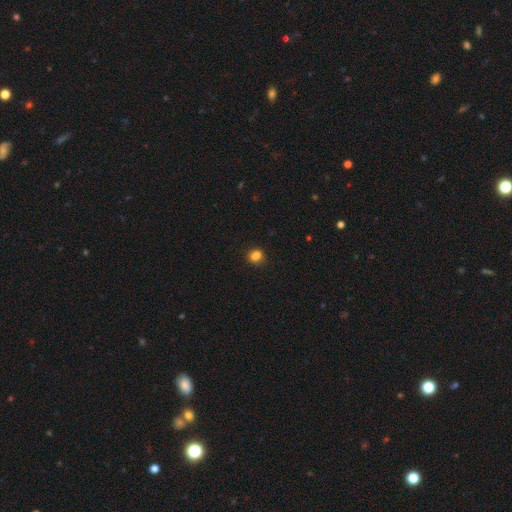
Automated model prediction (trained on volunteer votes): This is clearly a smooth galaxy (82%). How rounded: possibly round (56%). Merging: likely none (68%).